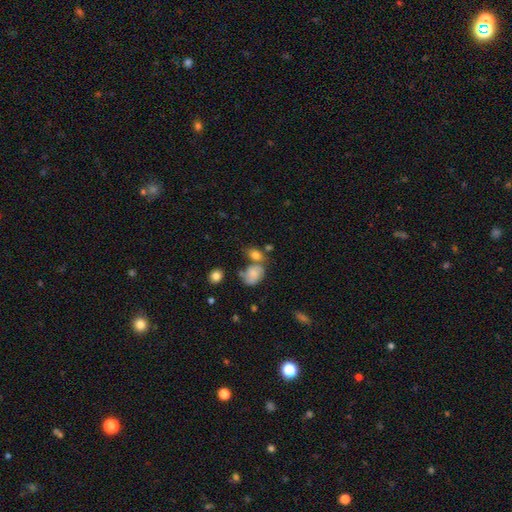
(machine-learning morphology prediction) type=smooth (70%); roundness=in between (67%); merging=none (44%).